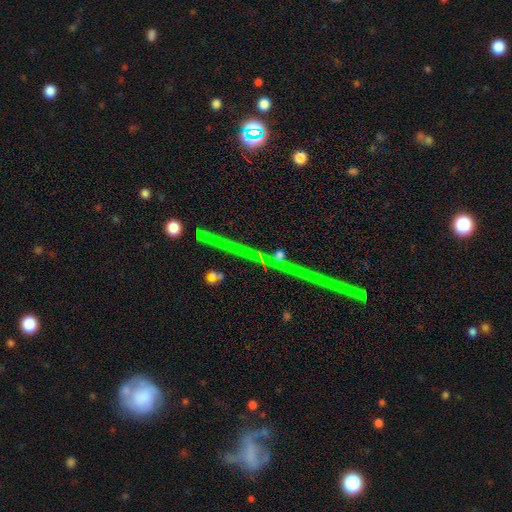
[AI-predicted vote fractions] This appears to be a star or artifact, not a galaxy (70%).